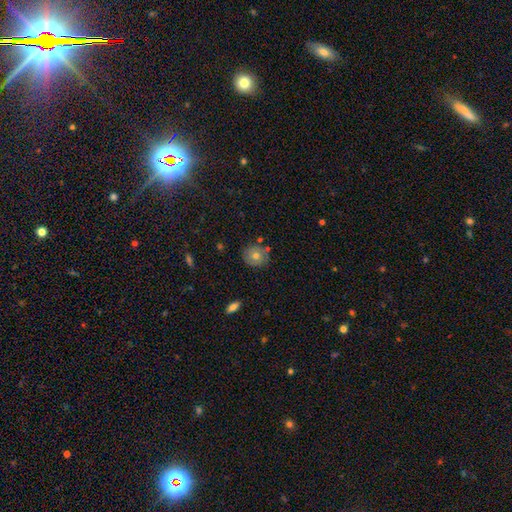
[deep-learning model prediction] Smooth or featured: smooth — 69% (featured or disk — 21%)
How rounded: round — 86% (in between — 13%)
Merging: none — 81% (minor disturbance — 12%)